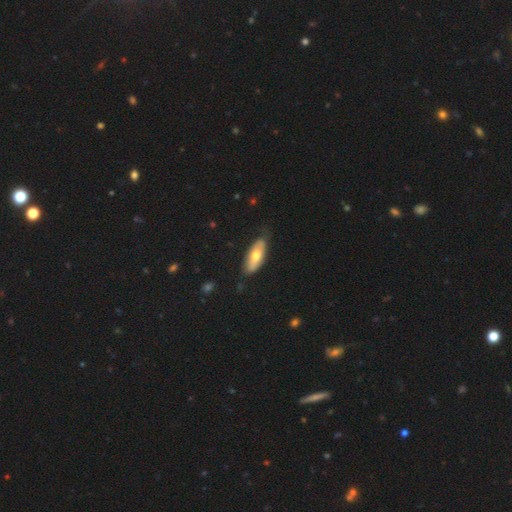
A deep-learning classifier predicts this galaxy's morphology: The model was most divided on "smooth or featured": smooth: 62%, featured or disk: 33%, star or artifact: 5%. More confident: how rounded — in between (79%); merging — none (75%).